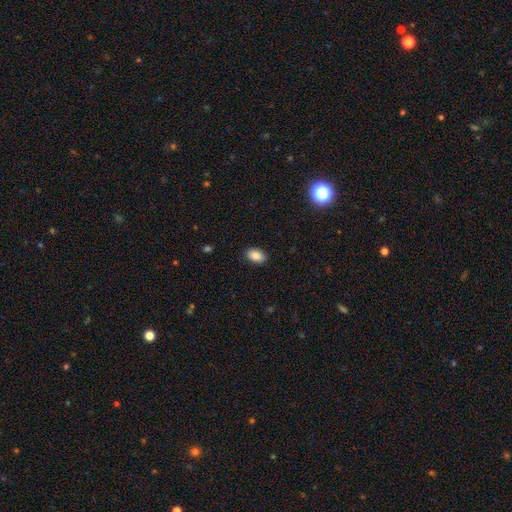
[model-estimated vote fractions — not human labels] Overall: smooth (88%). How rounded: in between (89%). Merging: none (89%).